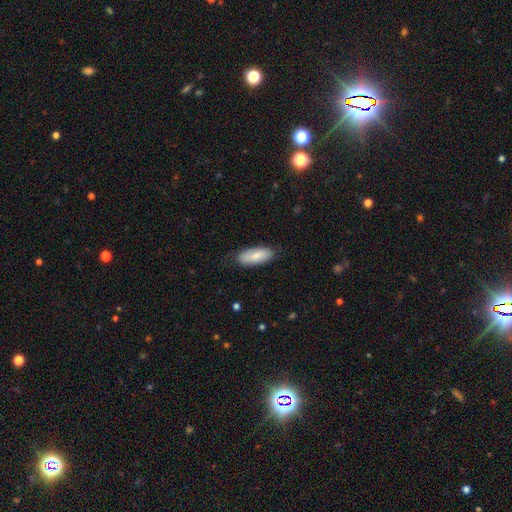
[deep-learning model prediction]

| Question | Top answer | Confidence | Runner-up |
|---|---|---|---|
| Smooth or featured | smooth | 82% | featured or disk (12%) |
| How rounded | in between | 79% | cigar-shaped (19%) |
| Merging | none | 78% | minor disturbance (17%) |